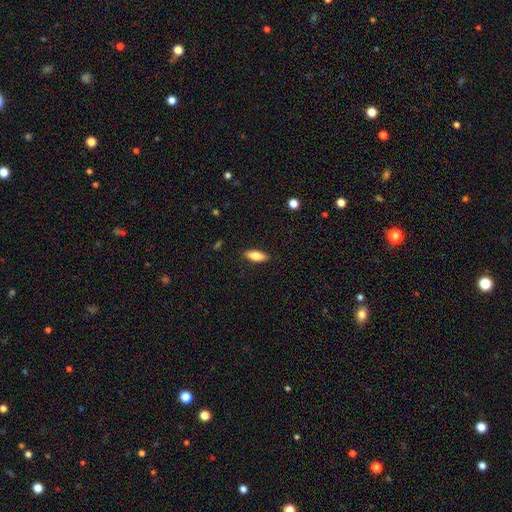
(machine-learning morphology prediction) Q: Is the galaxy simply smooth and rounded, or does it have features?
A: smooth — 79%.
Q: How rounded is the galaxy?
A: in between — 75%.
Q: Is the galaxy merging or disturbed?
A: none — 88%.